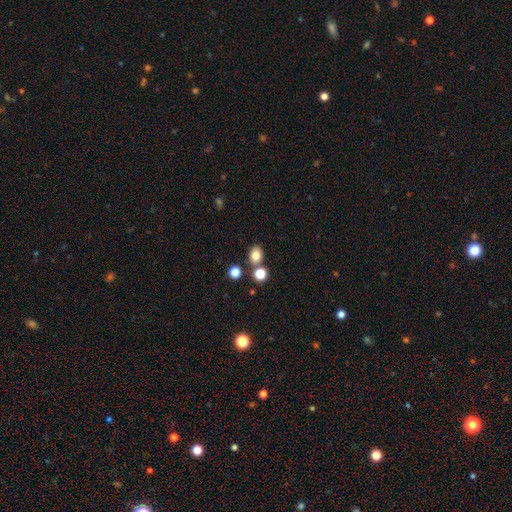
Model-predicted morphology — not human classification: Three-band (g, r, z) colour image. It shows a smooth galaxy with no disk features (79%) that is in between round and cigar-shaped (52%). Merging: none (71%).